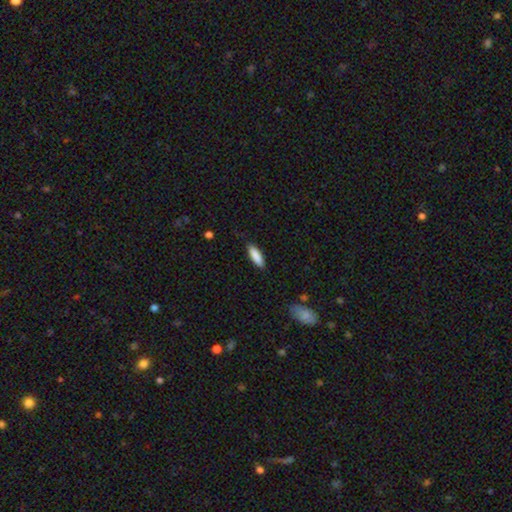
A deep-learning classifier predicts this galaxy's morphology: type=smooth (88%); roundness=cigar-shaped (53%); merging=none (85%).